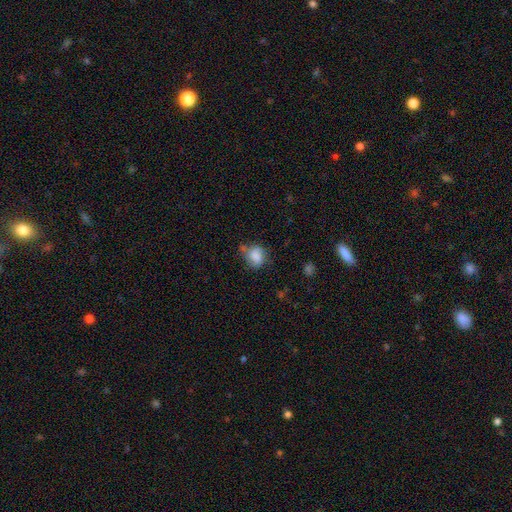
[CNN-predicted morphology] smooth 76%, featured or disk 15%, star or artifact 9%. Down the decision tree: how rounded — round (51%); merging — none (50%).